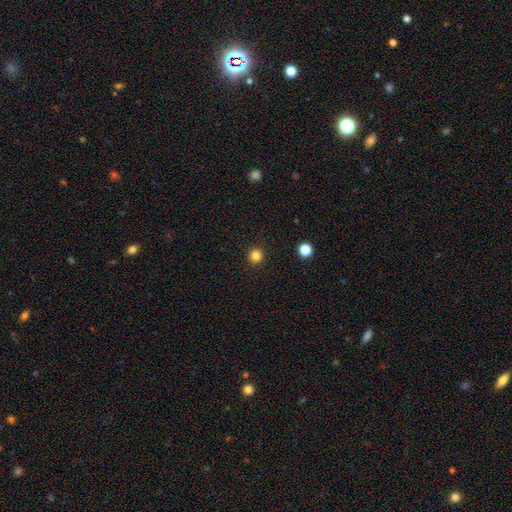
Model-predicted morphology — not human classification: Smooth or featured? Predicted: smooth (p=0.82). How rounded? Predicted: round (p=0.95). Merging? Predicted: none (p=0.93).